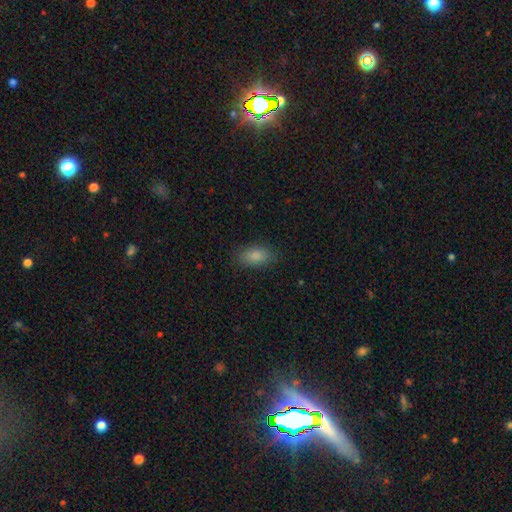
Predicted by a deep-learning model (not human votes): smooth_or_featured: smooth (p=0.87) [alt: star or artifact p=0.08]
how_rounded: in between (p=0.91) [alt: round p=0.06]
merging: none (p=0.85) [alt: minor disturbance p=0.11]